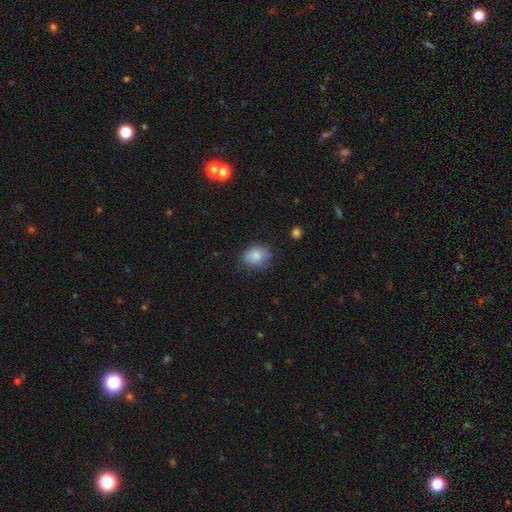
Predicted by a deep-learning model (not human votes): smooth 84%, star or artifact 8%, featured or disk 7%. Down the decision tree: how rounded — round (56%); merging — none (72%).